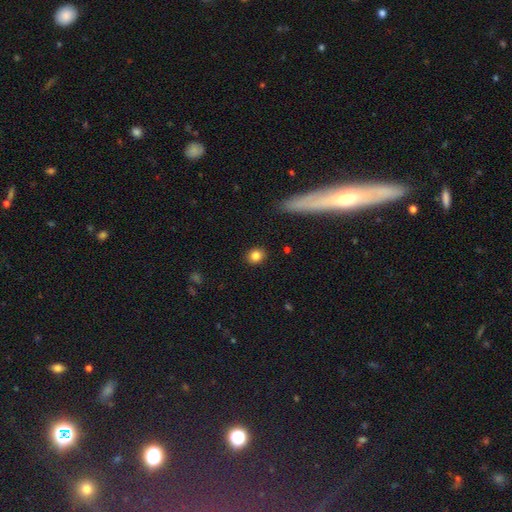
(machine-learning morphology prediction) Overall: smooth (83%). How rounded: round (77%). Merging: none (90%).